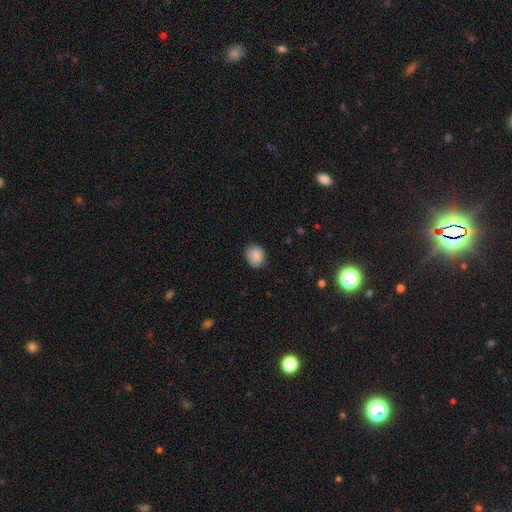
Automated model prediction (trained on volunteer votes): The model was most divided on "how rounded": round: 62%, in between: 37%, cigar-shaped: 1%. More confident: smooth or featured — smooth (87%); merging — none (83%).